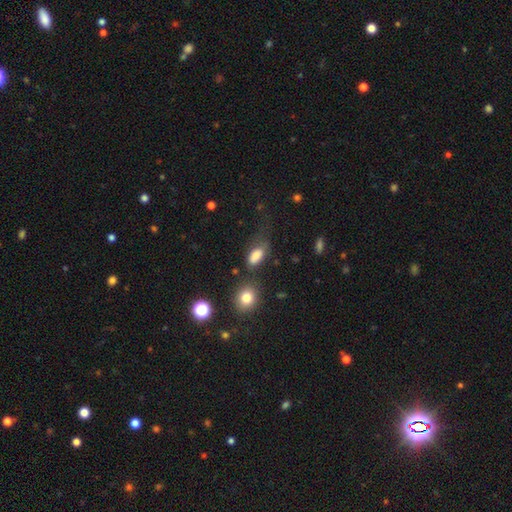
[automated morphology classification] Smooth or featured: smooth — 82% (star or artifact — 10%)
How rounded: in between — 88% (round — 7%)
Merging: none — 44% (minor disturbance — 26%)